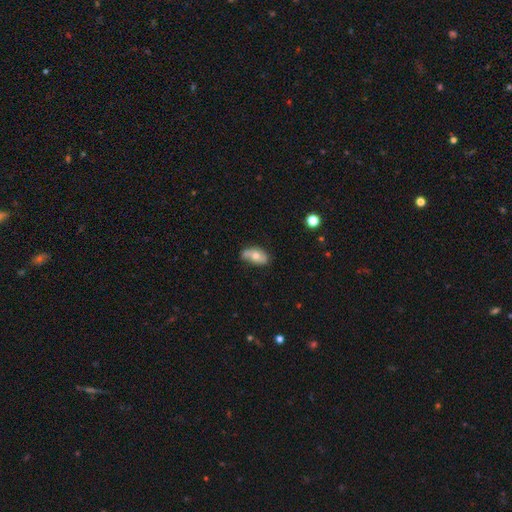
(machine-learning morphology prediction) A smooth galaxy with no disk features (56%) that is in between round and cigar-shaped (89%).

Vote fractions:
- Smooth or featured? smooth: 56% / featured or disk: 35% / star or artifact: 8%
- How rounded? in between: 89% / round: 8% / cigar-shaped: 3%
- Merging? none: 57% / minor disturbance: 31% / major disturbance: 7% / merger: 5%